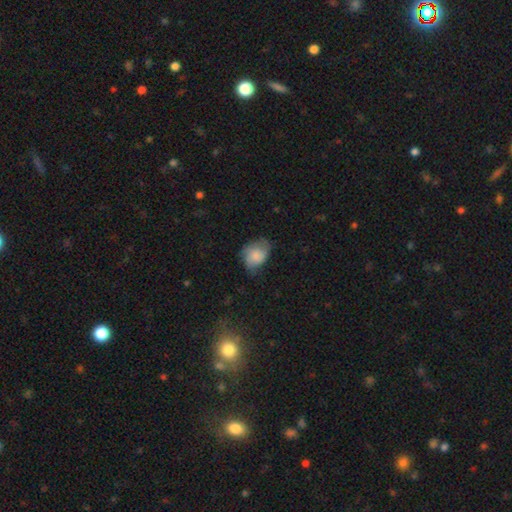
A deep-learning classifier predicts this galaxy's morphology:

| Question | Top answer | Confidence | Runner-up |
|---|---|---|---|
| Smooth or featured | smooth | 67% | featured or disk (25%) |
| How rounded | in between | 67% | round (32%) |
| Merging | none | 48% | minor disturbance (34%) |